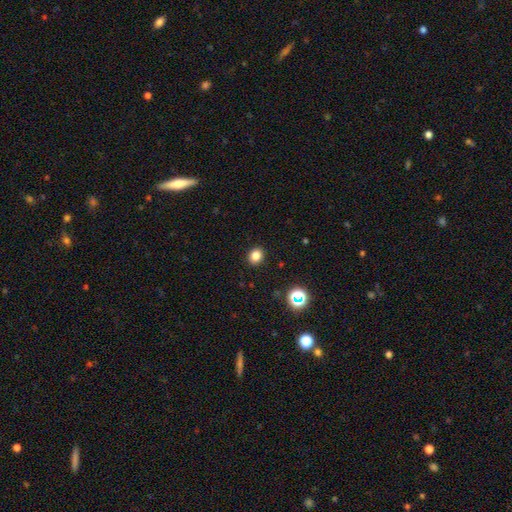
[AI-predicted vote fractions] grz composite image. It shows a smooth galaxy with no disk features (82%) that is round (66%). Merging: none (91%).